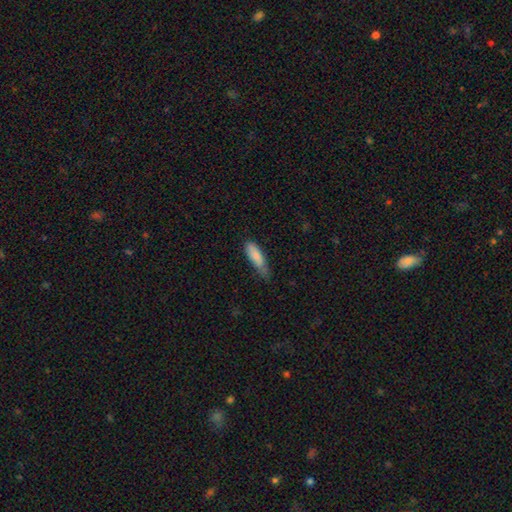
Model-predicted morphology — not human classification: Smooth or featured? Predicted: smooth (p=0.84). How rounded? Predicted: cigar-shaped (p=0.52). Merging? Predicted: minor disturbance (p=0.44, tied with none).